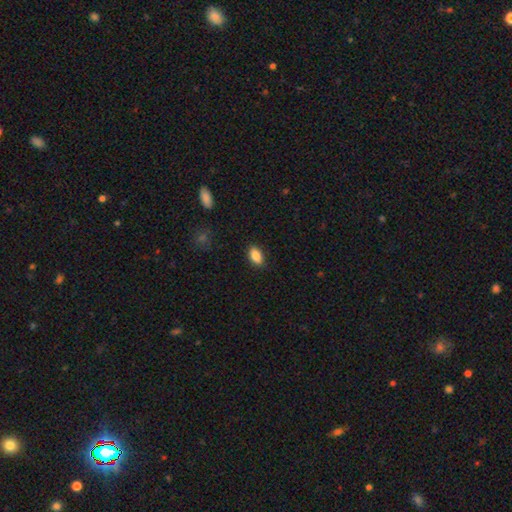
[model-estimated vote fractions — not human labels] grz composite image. It shows a smooth galaxy with no disk features (87%) that is in between round and cigar-shaped (90%). Merging: none (87%).